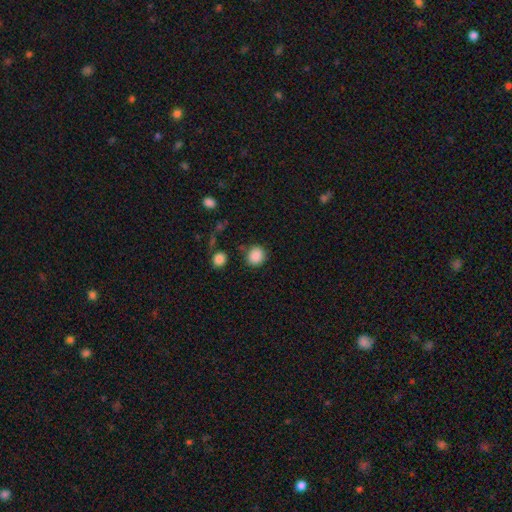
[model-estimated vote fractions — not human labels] The model was most divided on "how rounded": round: 81%, in between: 18%, cigar-shaped: 1%. More confident: smooth or featured — smooth (87%); merging — none (82%).